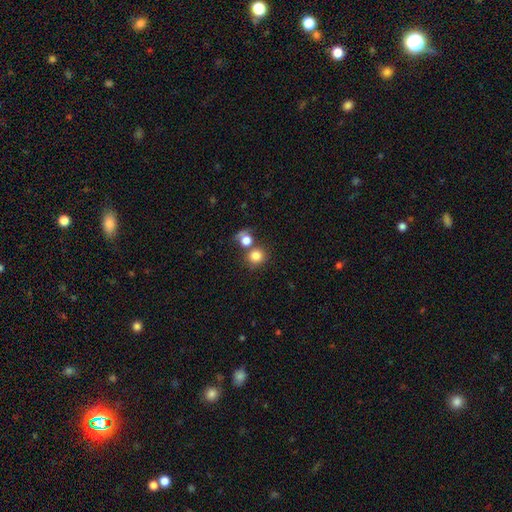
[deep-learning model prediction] Q: Smooth or featured?
A: smooth (80%); runner-up: star or artifact (13%)
Q: How rounded?
A: round (86%); runner-up: in between (13%)
Q: Merging?
A: none (59%); runner-up: merger (28%)